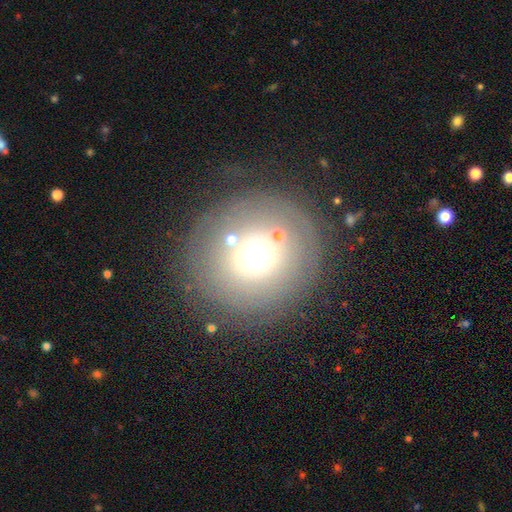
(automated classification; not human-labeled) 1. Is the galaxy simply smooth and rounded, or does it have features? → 57% smooth, 27% featured or disk, 16% star or artifact.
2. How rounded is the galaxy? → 92% round, 7% in between, 1% cigar-shaped.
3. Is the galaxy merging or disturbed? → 76% none, 12% minor disturbance, 8% major disturbance, 4% merger.